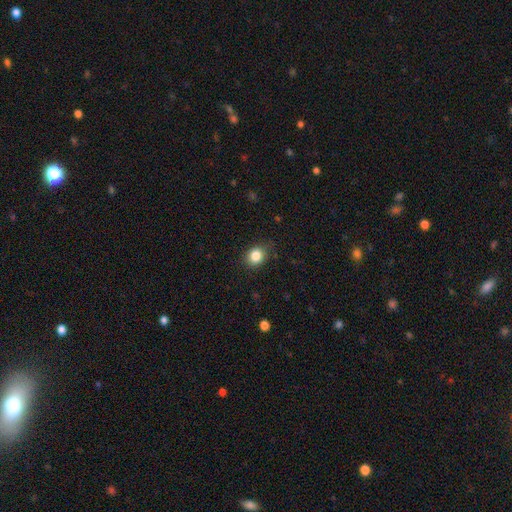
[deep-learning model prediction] This appears to be a smooth galaxy with no disk features (84%) that is round (63%). Merging: none (80%).